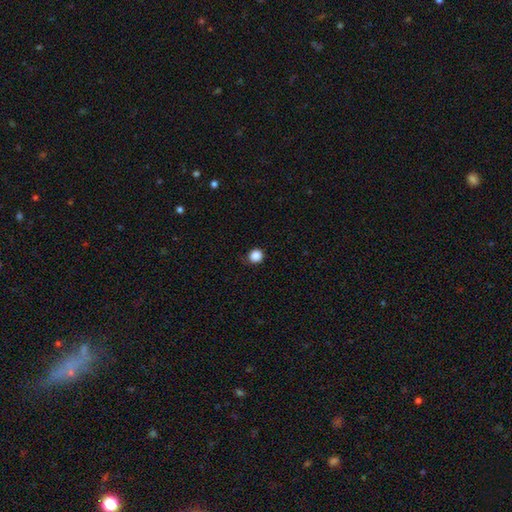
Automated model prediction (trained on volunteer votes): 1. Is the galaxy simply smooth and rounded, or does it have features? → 87% smooth, 10% star or artifact, 2% featured or disk.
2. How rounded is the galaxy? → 92% round, 7% in between, 1% cigar-shaped.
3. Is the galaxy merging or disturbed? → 86% none, 10% minor disturbance, 2% major disturbance, 1% merger.